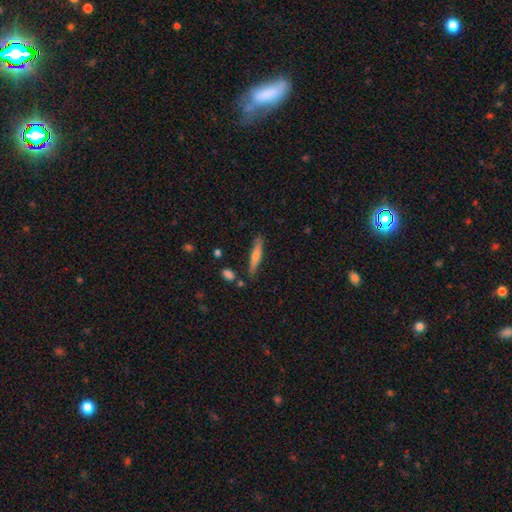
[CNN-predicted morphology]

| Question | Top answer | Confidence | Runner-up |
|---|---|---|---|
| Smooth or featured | smooth | 69% | featured or disk (25%) |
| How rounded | cigar-shaped | 90% | in between (9%) |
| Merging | none | 81% | minor disturbance (12%) |